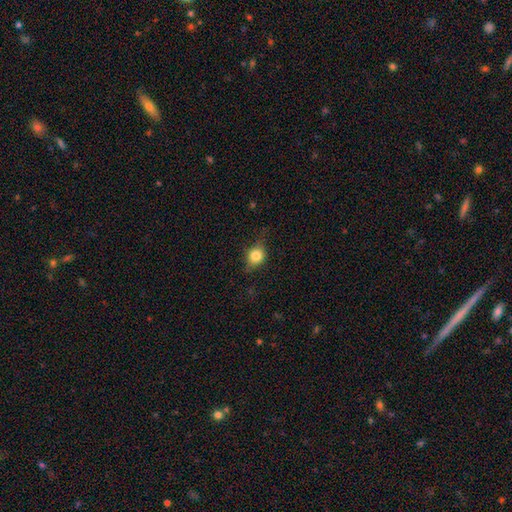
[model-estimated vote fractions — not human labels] This appears to be a smooth galaxy with no disk features (75%) that is round (60%). Merging: none (66%).